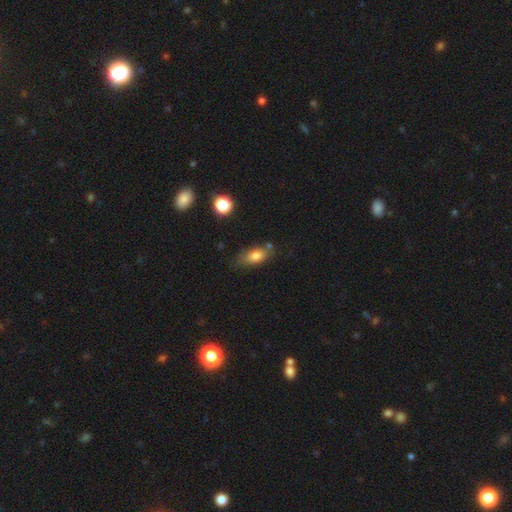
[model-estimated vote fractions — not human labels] Morphology: type=smooth (78%); roundness=in between (83%); merging=none (60%).